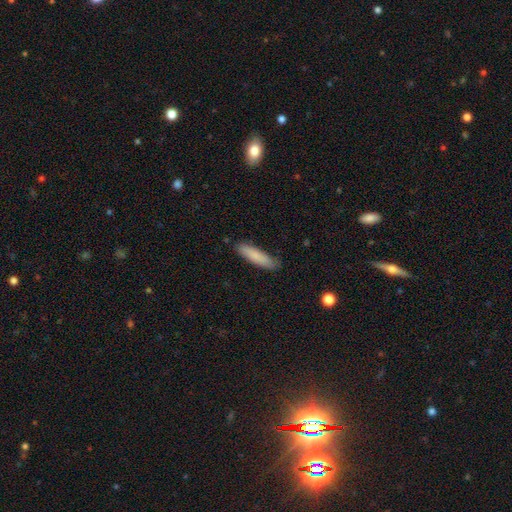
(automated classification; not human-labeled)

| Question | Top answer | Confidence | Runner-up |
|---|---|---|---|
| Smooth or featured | smooth | 82% | featured or disk (12%) |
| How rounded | cigar-shaped | 79% | in between (20%) |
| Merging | none | 85% | minor disturbance (12%) |